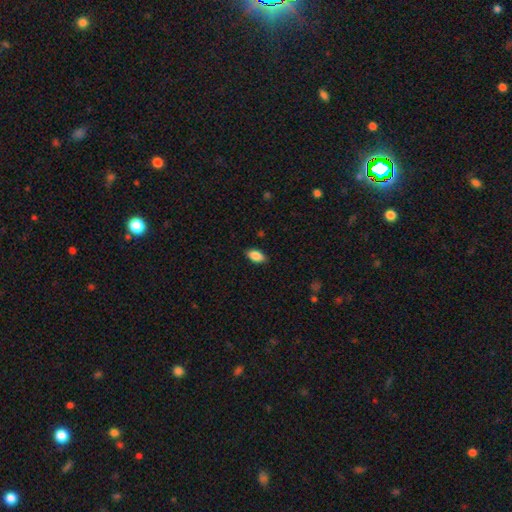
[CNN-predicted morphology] Smooth or featured? Predicted: smooth (p=0.86). How rounded? Predicted: in between (p=0.91). Merging? Predicted: none (p=0.86).